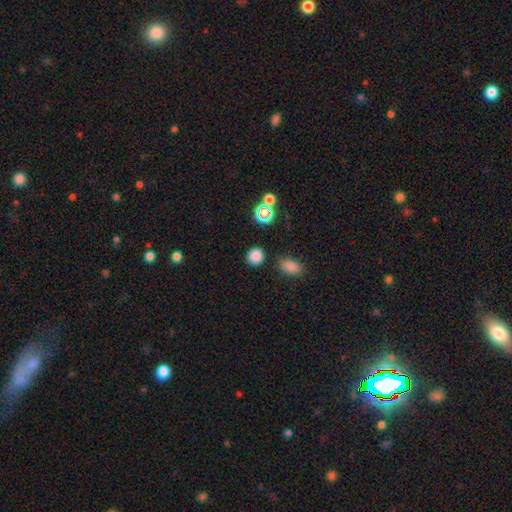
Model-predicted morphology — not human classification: smooth_or_featured: smooth (p=0.82) [alt: star or artifact p=0.14]
how_rounded: round (p=0.89) [alt: in between p=0.10]
merging: none (p=0.86) [alt: minor disturbance p=0.08]